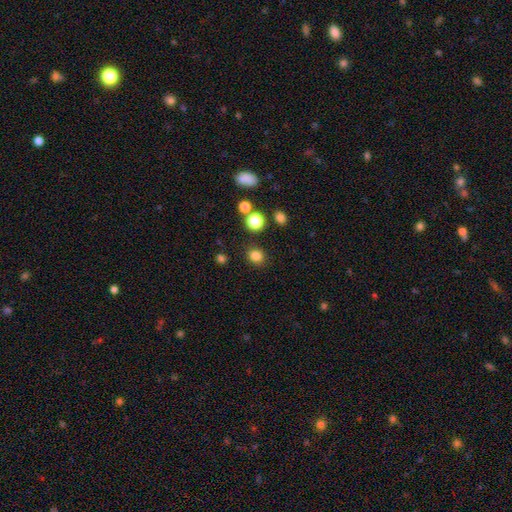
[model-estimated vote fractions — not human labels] Overall: smooth (82%). How rounded: round (74%). Merging: none (86%).